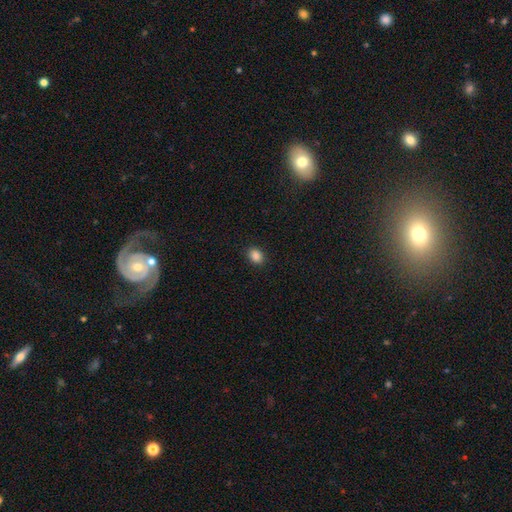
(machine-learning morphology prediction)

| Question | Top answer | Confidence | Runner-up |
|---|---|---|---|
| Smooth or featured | smooth | 87% | star or artifact (10%) |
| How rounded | in between | 66% | round (33%) |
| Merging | none | 90% | minor disturbance (7%) |